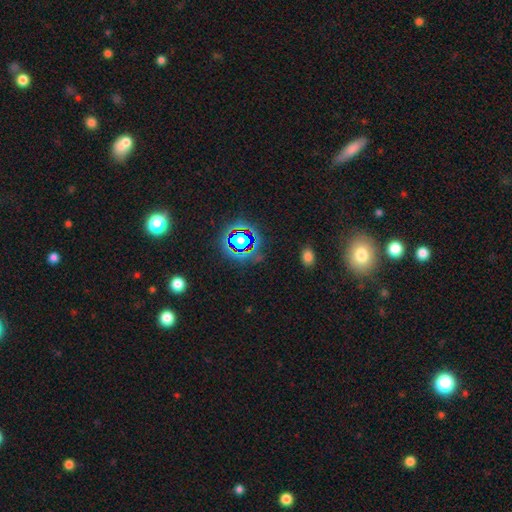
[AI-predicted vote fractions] Smooth or featured? Predicted: star or artifact (p=0.69).